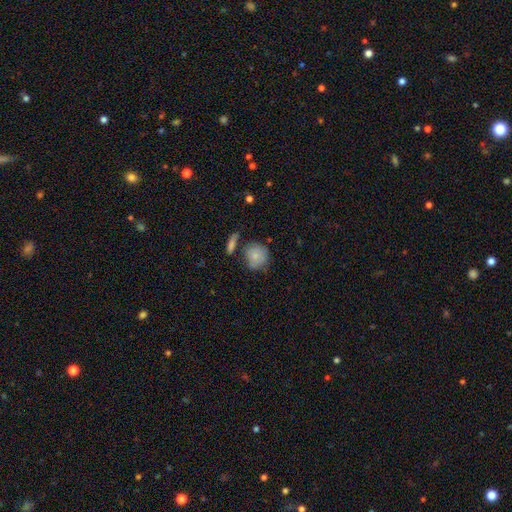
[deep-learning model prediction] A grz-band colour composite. It shows a smooth galaxy with no disk features (79%) that is round (81%). Merging: none (59%).